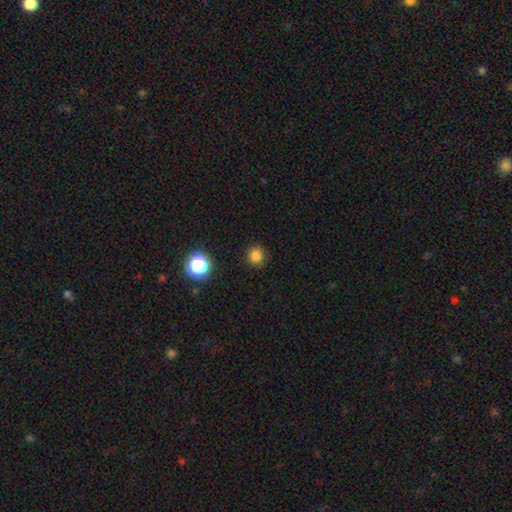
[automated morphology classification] Smooth or featured? smooth (81%)
How rounded? round (85%)
Merging? none (89%)